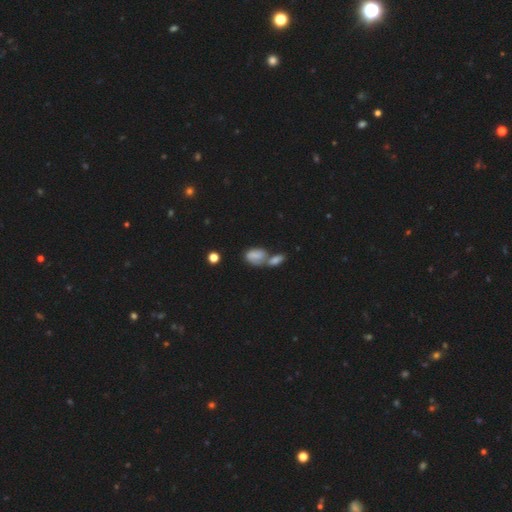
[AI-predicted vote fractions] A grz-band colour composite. It shows a smooth galaxy with no disk features (67%) that is in between round and cigar-shaped (83%). Merging: merger (56%).